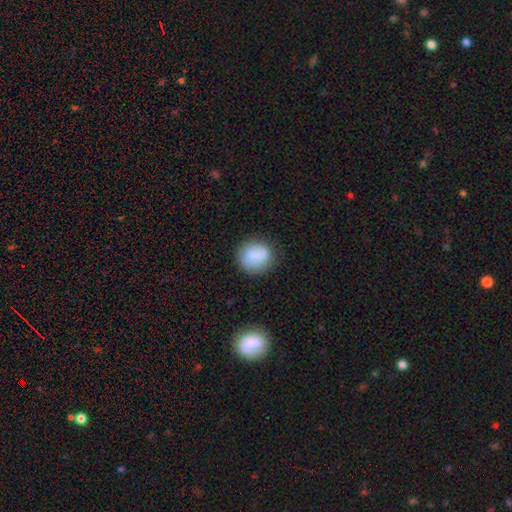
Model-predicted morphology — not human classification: A smooth galaxy with no disk features (84%) that is round (79%).

Vote fractions:
- Smooth or featured? smooth: 84% / star or artifact: 8% / featured or disk: 8%
- How rounded? round: 79% / in between: 20% / cigar-shaped: 1%
- Merging? none: 79% / minor disturbance: 15% / major disturbance: 5% / merger: 2%